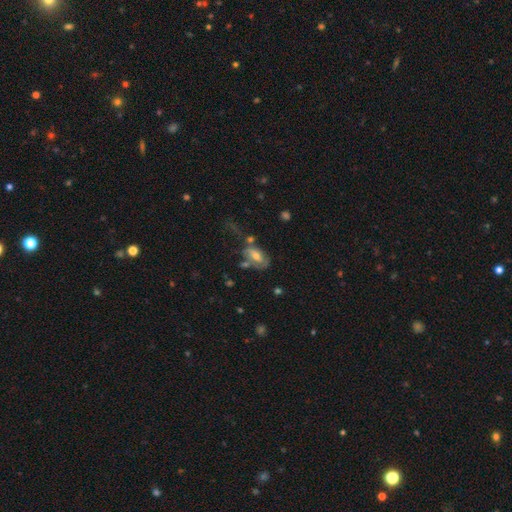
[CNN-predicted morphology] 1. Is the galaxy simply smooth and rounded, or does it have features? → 47% smooth, 44% featured or disk, 9% star or artifact.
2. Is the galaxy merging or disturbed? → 41% none, 23% minor disturbance, 19% major disturbance, 18% merger.